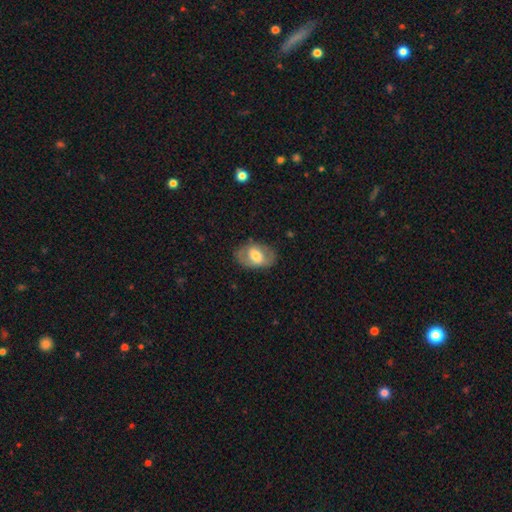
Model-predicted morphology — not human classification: Overall: smooth (53%; featured or disk 40%). How rounded: in between (85%). Merging: none (75%).